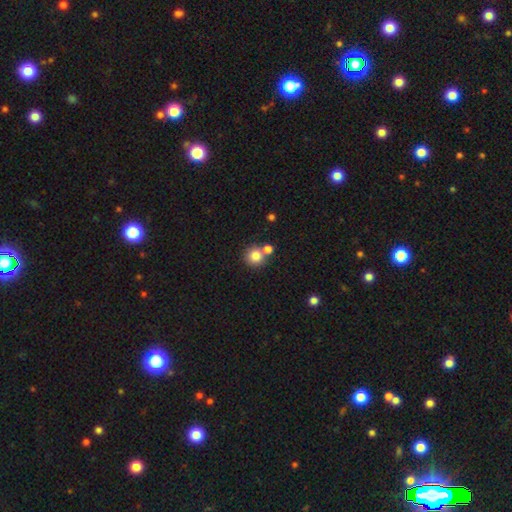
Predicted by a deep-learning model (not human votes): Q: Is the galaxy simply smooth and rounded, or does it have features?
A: smooth — 82%.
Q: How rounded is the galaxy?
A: round — 92%.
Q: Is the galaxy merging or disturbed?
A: none — 63%.